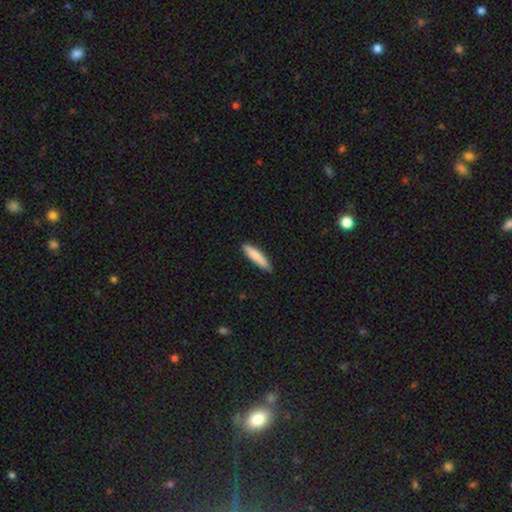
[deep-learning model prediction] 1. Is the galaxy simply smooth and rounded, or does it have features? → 82% smooth, 13% featured or disk, 6% star or artifact.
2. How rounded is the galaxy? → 81% cigar-shaped, 18% in between, 1% round.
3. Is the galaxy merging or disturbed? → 84% none, 13% minor disturbance, 2% major disturbance, 1% merger.